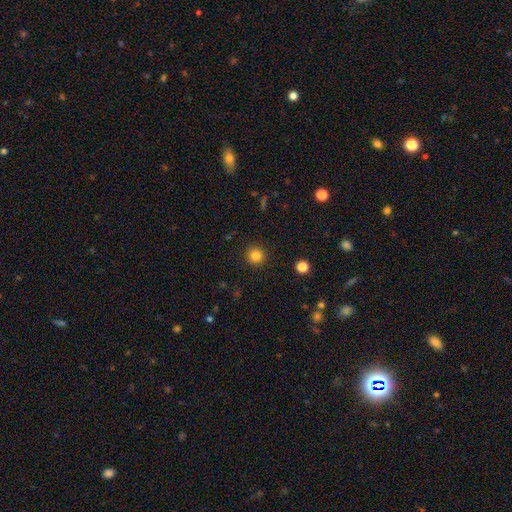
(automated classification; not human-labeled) A smooth galaxy with no disk features (83%) that is round (94%).

Vote fractions:
- Smooth or featured? smooth: 83% / star or artifact: 12% / featured or disk: 5%
- How rounded? round: 94% / in between: 5% / cigar-shaped: 1%
- Merging? none: 92% / minor disturbance: 5% / major disturbance: 2% / merger: 1%